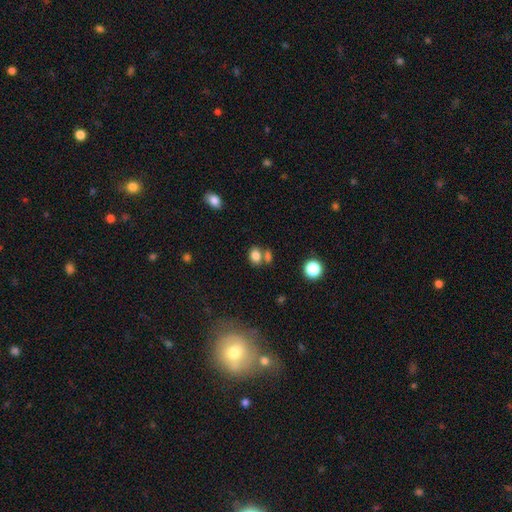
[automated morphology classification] Overall: smooth (81%). How rounded: in between (61%; round 37%). Merging: none (53%; merger 30%).